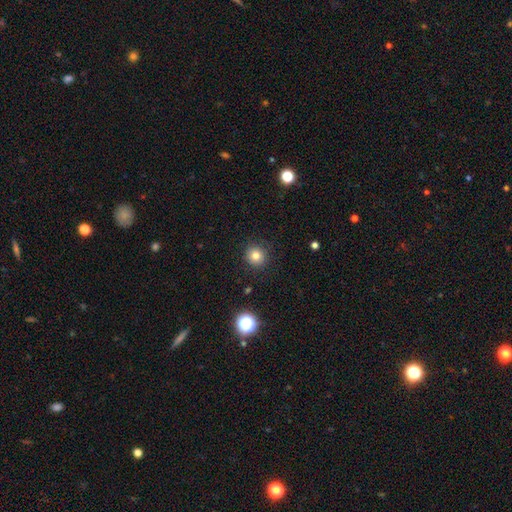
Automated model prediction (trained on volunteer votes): smooth 79%, star or artifact 14%, featured or disk 7%. Down the decision tree: how rounded — round (92%); merging — none (90%).